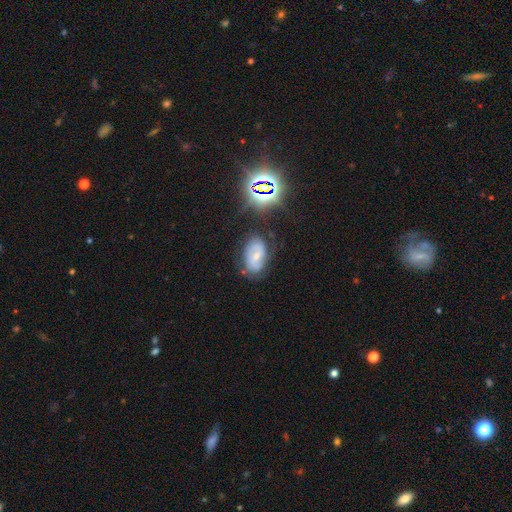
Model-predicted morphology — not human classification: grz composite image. It shows a featured or disk galaxy (57%) with a weak bar (49%), spiral arms (81%) and a small central bulge (57%). Merging: none (70%).